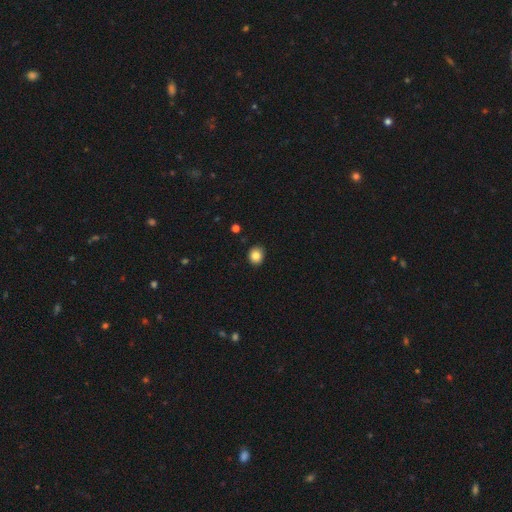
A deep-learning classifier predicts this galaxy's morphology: This is clearly a smooth galaxy (85%). How rounded: likely round (71%). Merging: clearly none (90%).